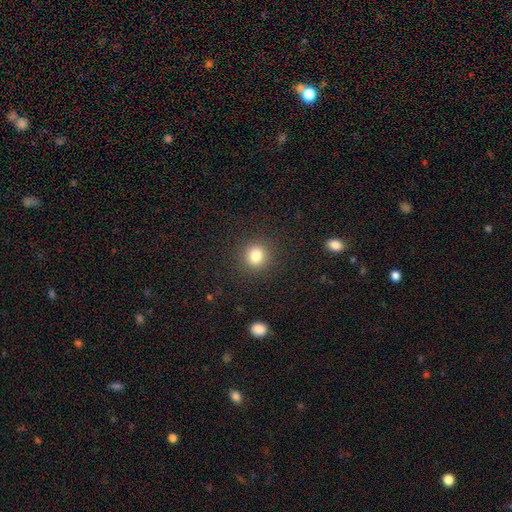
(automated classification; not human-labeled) This is clearly a smooth galaxy (82%). How rounded: clearly round (90%). Merging: clearly none (90%).